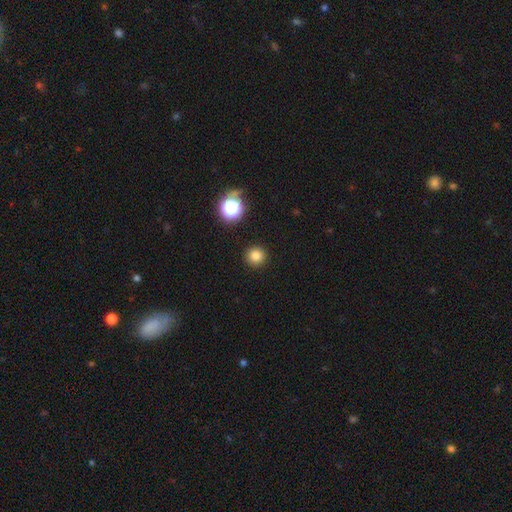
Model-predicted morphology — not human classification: smooth_or_featured: smooth (p=0.80) [alt: star or artifact p=0.15]
how_rounded: round (p=0.94) [alt: in between p=0.05]
merging: none (p=0.92) [alt: minor disturbance p=0.05]